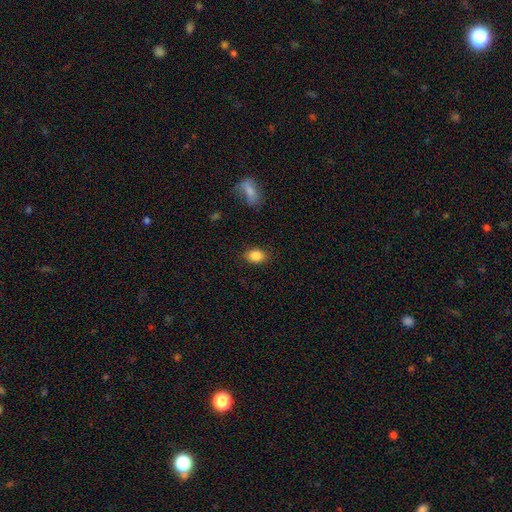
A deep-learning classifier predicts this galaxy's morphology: A smooth galaxy with no disk features (87%) that is in between round and cigar-shaped (72%). Merging: none (85%).